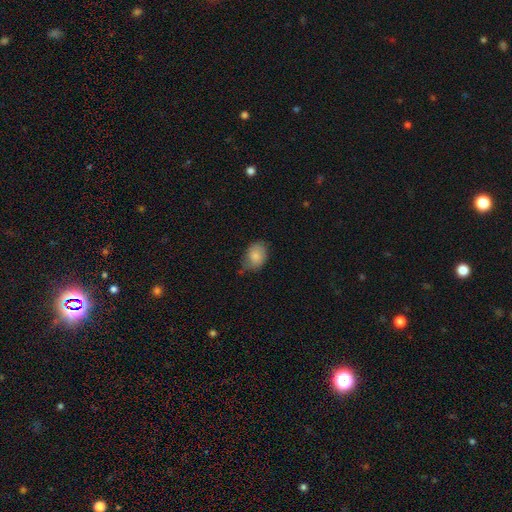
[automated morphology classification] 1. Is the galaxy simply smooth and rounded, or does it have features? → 84% smooth, 9% featured or disk, 7% star or artifact.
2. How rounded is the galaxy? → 73% in between, 26% round, 1% cigar-shaped.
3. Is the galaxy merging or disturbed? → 62% none, 29% minor disturbance, 6% major disturbance, 2% merger.